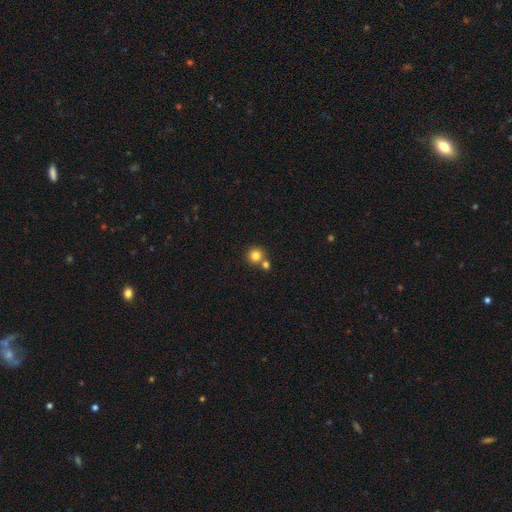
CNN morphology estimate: The model was most divided on "merging": none: 65%, merger: 26%, minor disturbance: 7%, major disturbance: 2%. More confident: how rounded — round (93%); smooth or featured — smooth (82%).